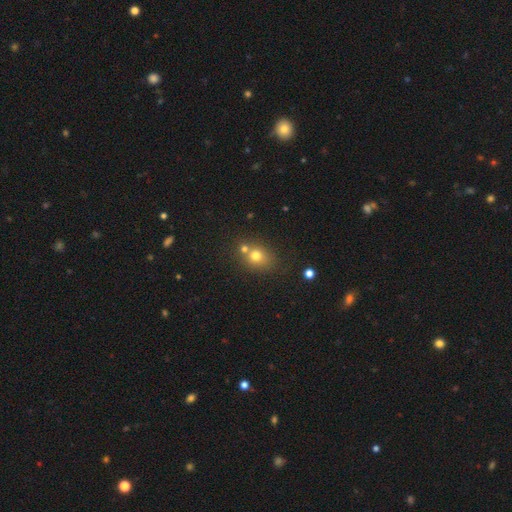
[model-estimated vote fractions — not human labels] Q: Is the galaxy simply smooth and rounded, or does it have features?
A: smooth — 73%.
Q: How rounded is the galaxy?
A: round — 64%.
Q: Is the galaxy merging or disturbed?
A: none — 57%.